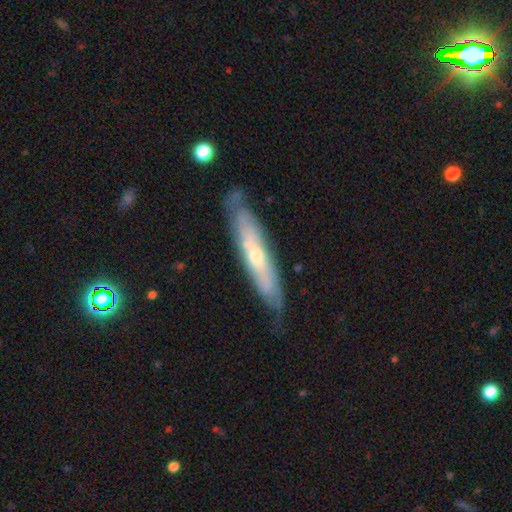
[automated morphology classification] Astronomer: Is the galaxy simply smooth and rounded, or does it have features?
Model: featured or disk — 65%.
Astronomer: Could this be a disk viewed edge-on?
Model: yes — 54% (runner-up: no, 46%).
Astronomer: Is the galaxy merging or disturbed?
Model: none — 73%.